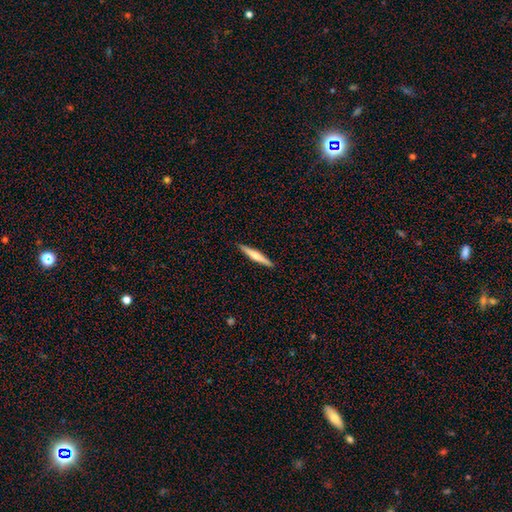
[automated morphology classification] Overall: smooth (53%; featured or disk 42%). How rounded: cigar-shaped (93%). Merging: none (91%).